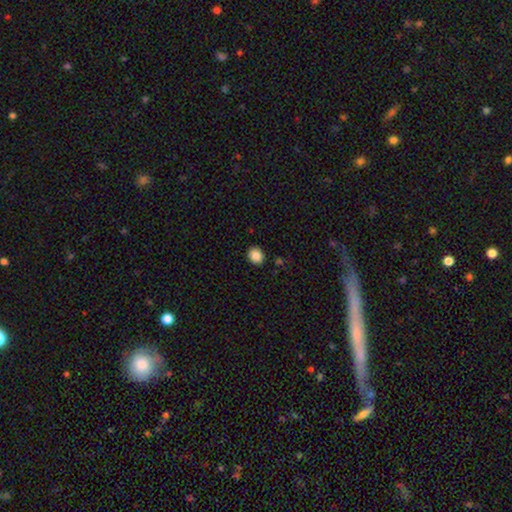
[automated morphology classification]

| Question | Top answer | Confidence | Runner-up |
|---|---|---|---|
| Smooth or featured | smooth | 87% | star or artifact (9%) |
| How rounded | round | 57% | in between (42%) |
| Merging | none | 89% | minor disturbance (7%) |